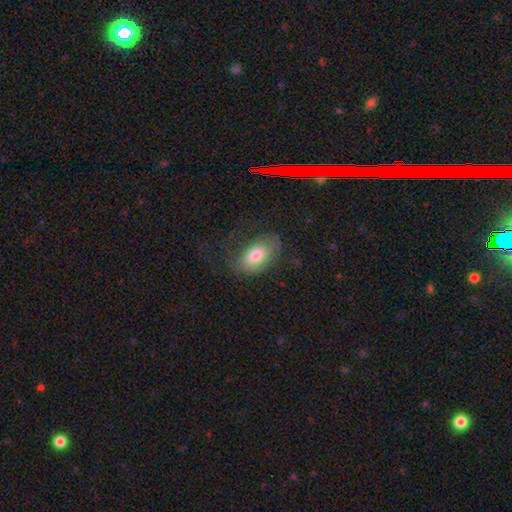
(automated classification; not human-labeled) This is likely a smooth galaxy (70%). How rounded: clearly in between (90%). Merging: possibly none (53%).